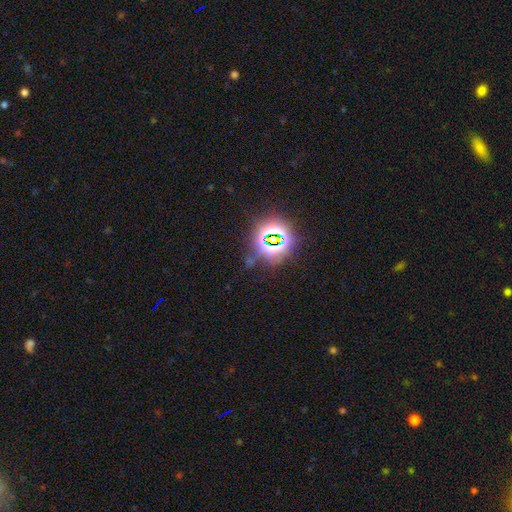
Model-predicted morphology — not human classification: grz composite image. It shows a star or artifact, not a galaxy (81%).